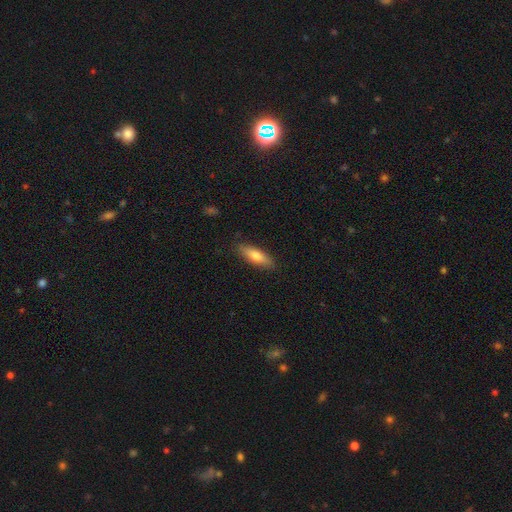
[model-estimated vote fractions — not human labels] Morphology: type=smooth (71%); roundness=cigar-shaped (52%); merging=none (87%).